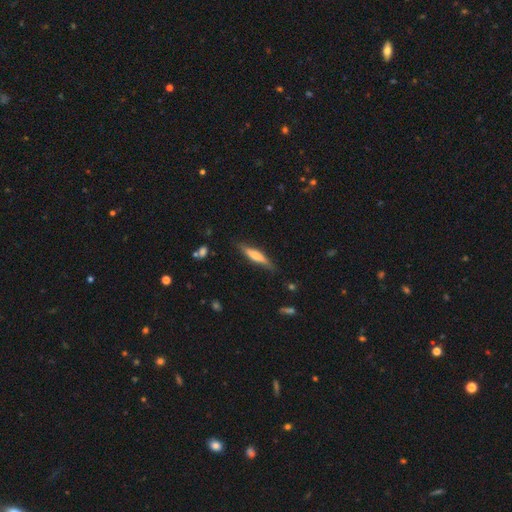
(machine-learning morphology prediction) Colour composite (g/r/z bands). It shows a smooth galaxy with no disk features (54%) that is cigar-shaped (82%). Merging: none (81%).